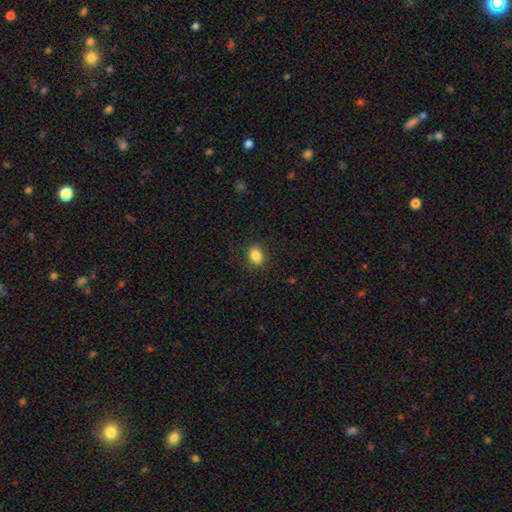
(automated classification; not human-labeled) Q: Smooth or featured?
A: smooth (85%); runner-up: star or artifact (10%)
Q: How rounded?
A: in between (56%); runner-up: round (43%)
Q: Merging?
A: none (86%); runner-up: minor disturbance (10%)